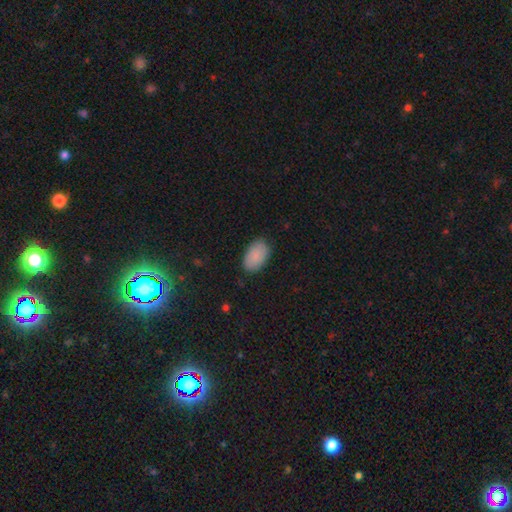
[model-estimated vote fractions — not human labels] Smooth or featured? Predicted: smooth (p=0.88). How rounded? Predicted: in between (p=0.93). Merging? Predicted: none (p=0.85).